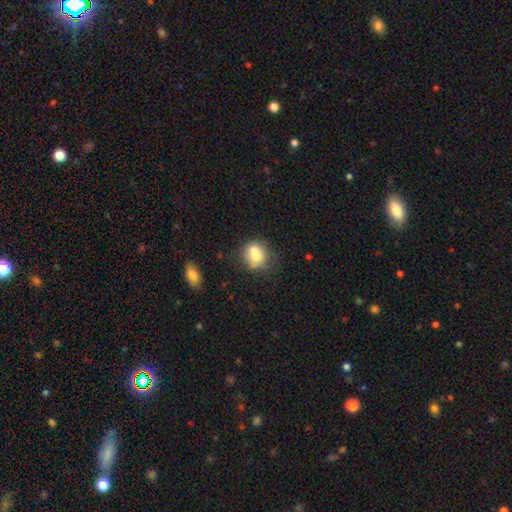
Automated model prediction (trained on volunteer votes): Smooth or featured: smooth — 67% (featured or disk — 23%)
How rounded: round — 71% (in between — 28%)
Merging: merger — 42% (none — 39%)